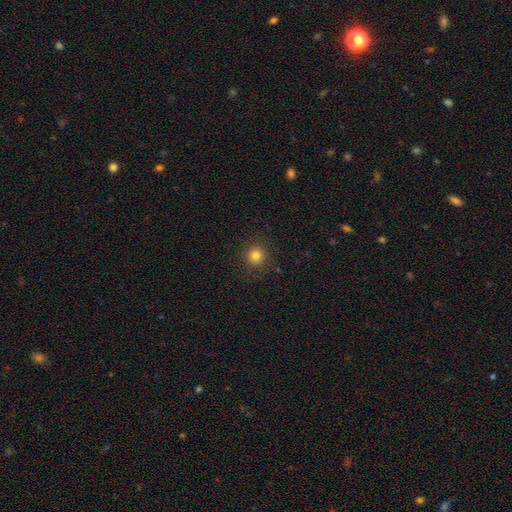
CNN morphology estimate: A smooth galaxy with no disk features (81%) that is round (93%). Merging: none (89%).